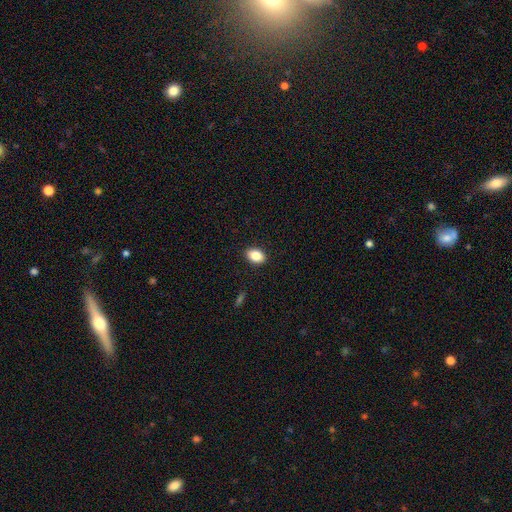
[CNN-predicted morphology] A smooth galaxy with no disk features (85%) that is in between round and cigar-shaped (80%).

Vote fractions:
- Smooth or featured? smooth: 85% / star or artifact: 9% / featured or disk: 6%
- How rounded? in between: 80% / round: 19% / cigar-shaped: 1%
- Merging? none: 89% / minor disturbance: 8% / major disturbance: 2% / merger: 1%